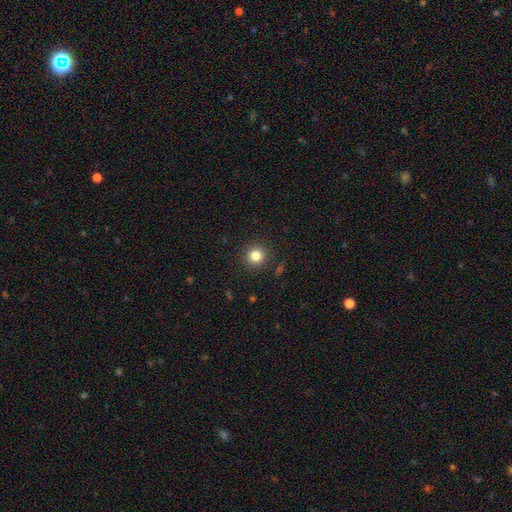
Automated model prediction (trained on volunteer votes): Q: Smooth or featured?
A: smooth (83%); runner-up: star or artifact (12%)
Q: How rounded?
A: round (93%); runner-up: in between (6%)
Q: Merging?
A: none (91%); runner-up: minor disturbance (6%)